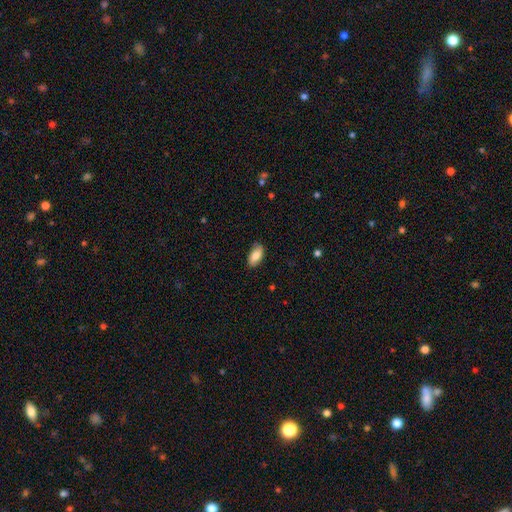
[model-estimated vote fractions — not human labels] The model was most divided on "merging": none: 79%, minor disturbance: 17%, major disturbance: 3%, merger: 1%. More confident: how rounded — in between (93%); smooth or featured — smooth (83%).